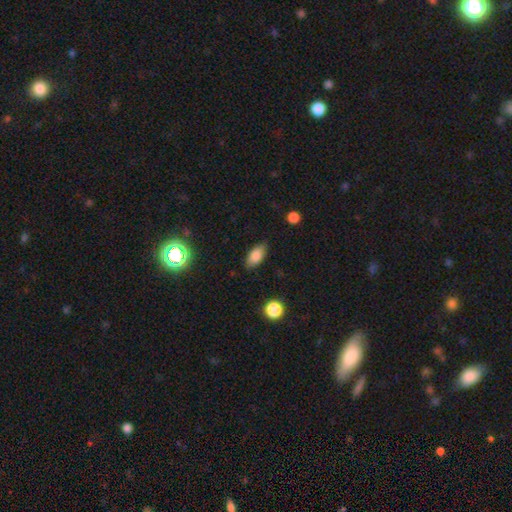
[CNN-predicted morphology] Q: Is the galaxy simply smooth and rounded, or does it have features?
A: smooth — 83%.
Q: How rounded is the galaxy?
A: in between — 89%.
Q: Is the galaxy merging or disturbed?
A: none — 83%.